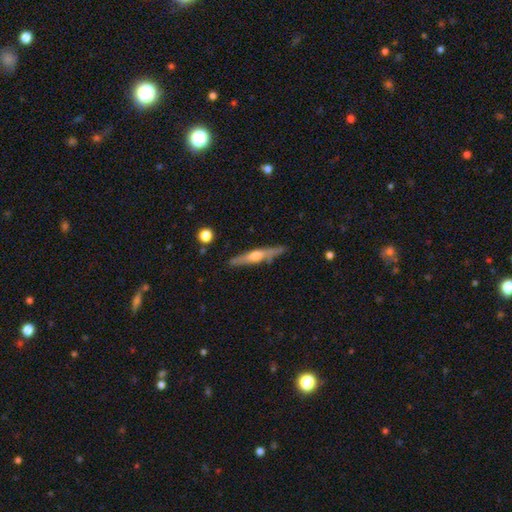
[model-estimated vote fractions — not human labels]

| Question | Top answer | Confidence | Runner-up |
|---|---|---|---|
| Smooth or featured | featured or disk | 63% | smooth (32%) |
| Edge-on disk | yes | 94% | no (6%) |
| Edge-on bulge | rounded | 80% | none (10%) |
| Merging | none | 79% | minor disturbance (15%) |